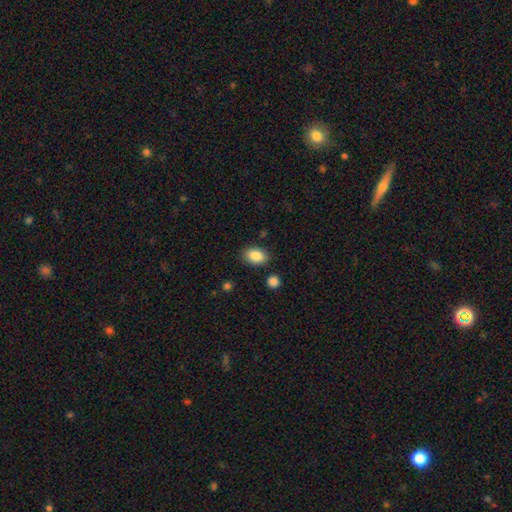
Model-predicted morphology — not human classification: Overall: smooth (87%). How rounded: in between (85%). Merging: none (84%).